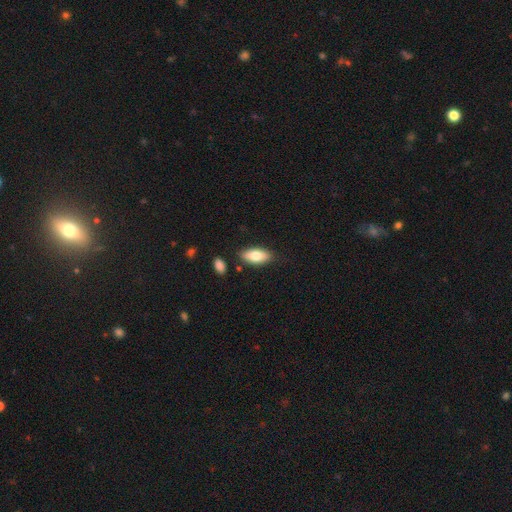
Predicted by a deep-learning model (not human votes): Morphology: type=smooth (79%); roundness=in between (88%); merging=none (81%).